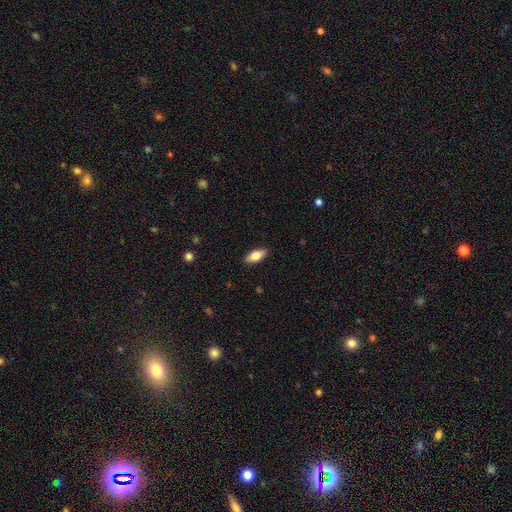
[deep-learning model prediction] Overall: smooth (80%). How rounded: in between (88%). Merging: none (89%).